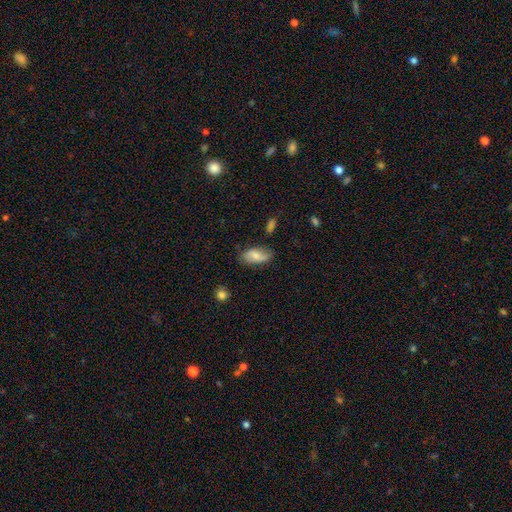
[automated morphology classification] The model was most divided on "smooth or featured": smooth: 65%, featured or disk: 28%, star or artifact: 7%. More confident: how rounded — in between (91%); merging — none (69%).